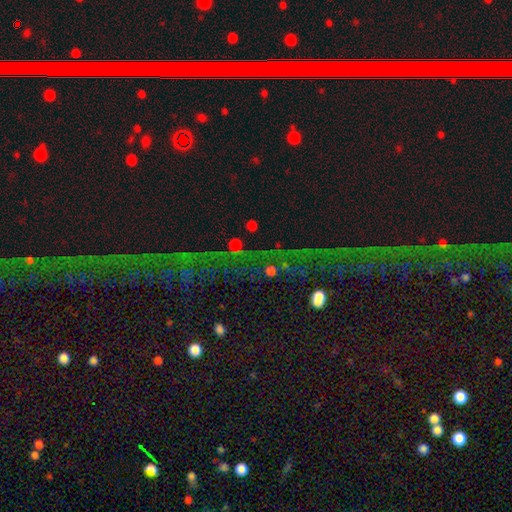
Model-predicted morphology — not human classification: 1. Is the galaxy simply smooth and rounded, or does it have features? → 82% star or artifact, 10% featured or disk, 8% smooth.